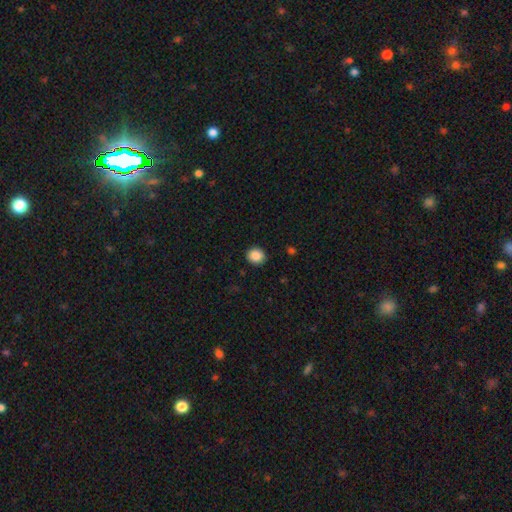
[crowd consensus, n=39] Overall: smooth (90%). How rounded: round (89%). Merging: none (89%).